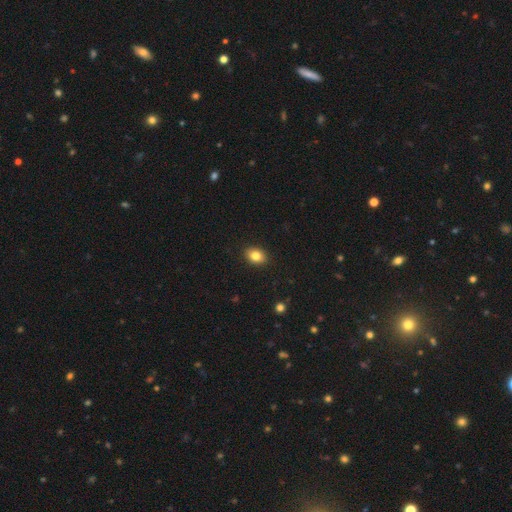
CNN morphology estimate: A smooth galaxy with no disk features (83%) that is in between round and cigar-shaped (68%).

Vote fractions:
- Smooth or featured? smooth: 83% / star or artifact: 9% / featured or disk: 8%
- How rounded? in between: 68% / round: 30% / cigar-shaped: 1%
- Merging? none: 90% / minor disturbance: 7% / major disturbance: 2% / merger: 1%